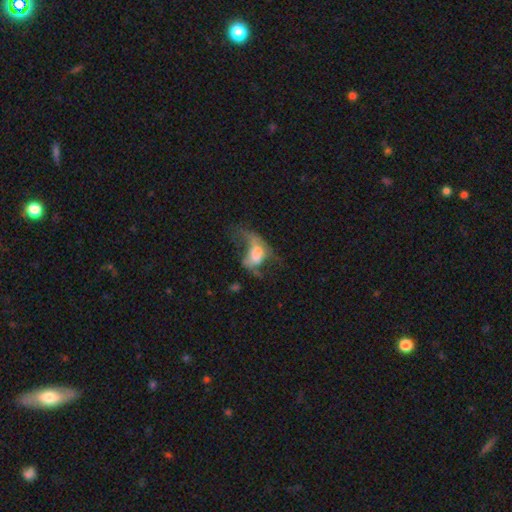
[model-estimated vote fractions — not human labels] Smooth or featured? featured or disk (52%)
Edge-on disk? no (91%)
Merging? major disturbance (57%)